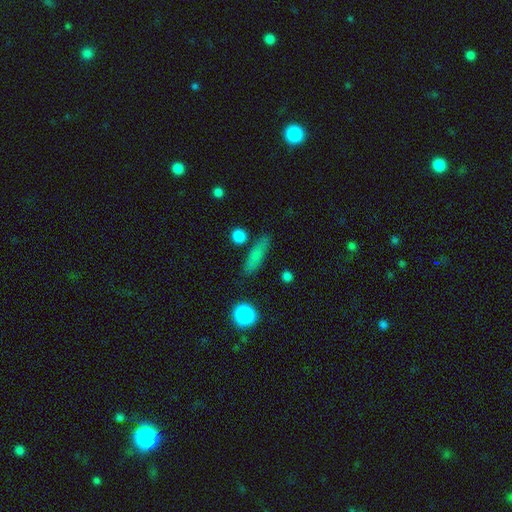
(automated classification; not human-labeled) Smooth or featured: smooth — 75% (featured or disk — 15%)
How rounded: cigar-shaped — 69% (in between — 24%)
Merging: none — 81% (minor disturbance — 12%)